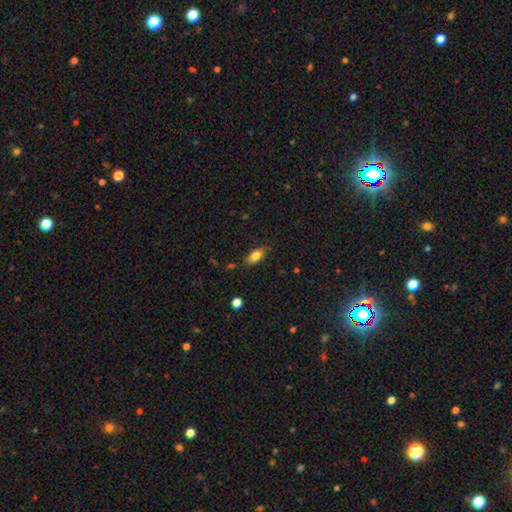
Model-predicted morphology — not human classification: This is clearly a smooth galaxy (80%). How rounded: clearly in between (87%). Merging: likely none (78%).